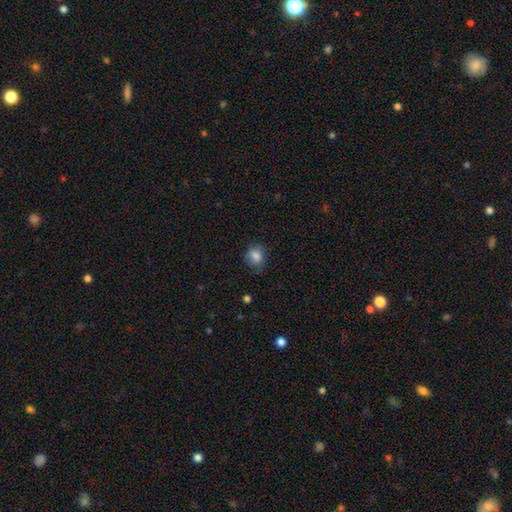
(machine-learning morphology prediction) Smooth or featured? Predicted: smooth (p=0.83). How rounded? Predicted: round (p=0.61). Merging? Predicted: none (p=0.71).